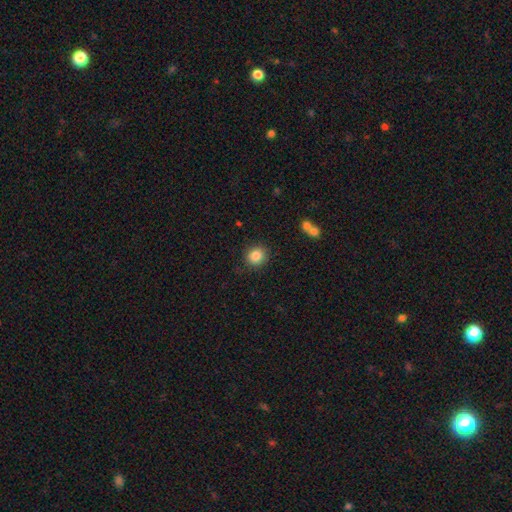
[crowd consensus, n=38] Smooth or featured?
  - smooth: 92% *
  - star or artifact: 8%
  - featured or disk: 0%
How rounded?
  - round: 83% *
  - in between: 17%
  - cigar-shaped: 0%
Merging?
  - none: 83% *
  - minor disturbance: 9%
  - major disturbance: 6%
  - merger: 3%